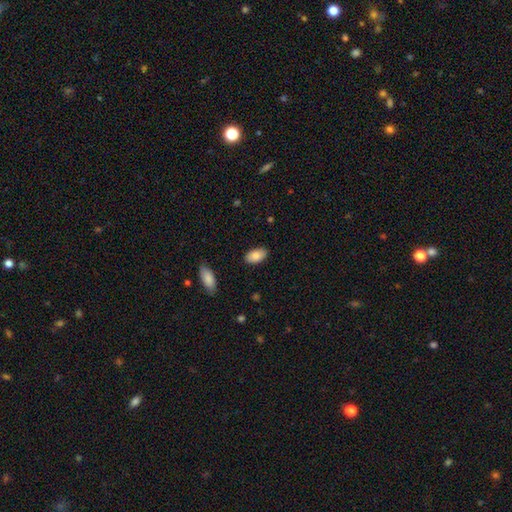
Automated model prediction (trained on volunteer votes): A smooth galaxy with no disk features (82%) that is in between round and cigar-shaped (94%).

Vote fractions:
- Smooth or featured? smooth: 82% / featured or disk: 12% / star or artifact: 7%
- How rounded? in between: 94% / round: 4% / cigar-shaped: 2%
- Merging? none: 87% / minor disturbance: 10% / major disturbance: 2% / merger: 1%